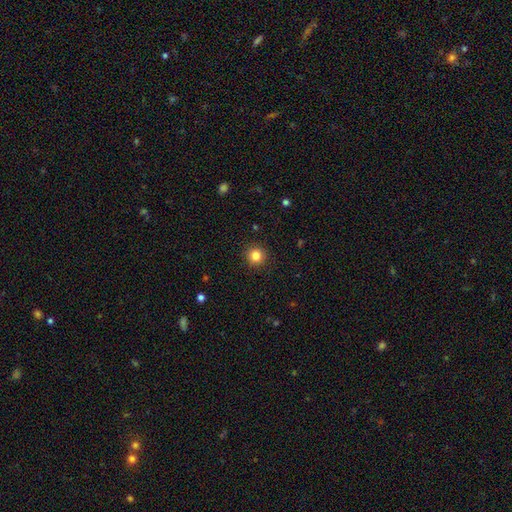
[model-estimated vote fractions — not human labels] Smooth or featured? smooth (84%)
How rounded? round (94%)
Merging? none (92%)